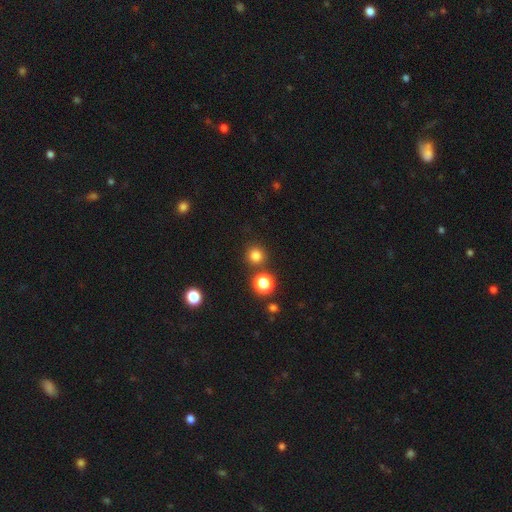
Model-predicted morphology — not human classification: Q: Smooth or featured?
A: smooth (79%); runner-up: star or artifact (17%)
Q: How rounded?
A: round (93%); runner-up: in between (6%)
Q: Merging?
A: none (83%); runner-up: merger (8%)